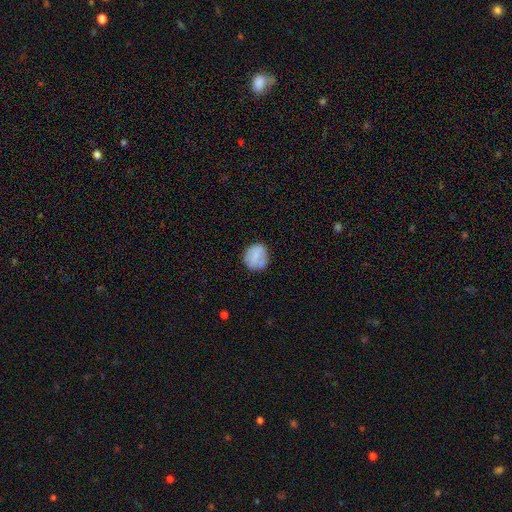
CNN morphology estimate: This is likely a smooth galaxy (71%). How rounded: clearly round (81%). Merging: likely none (71%).